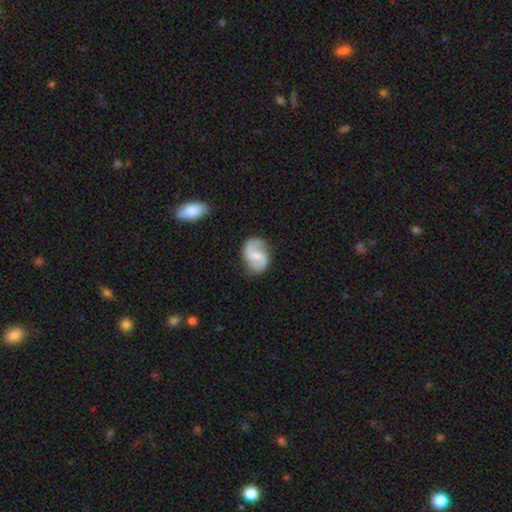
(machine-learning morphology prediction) Smooth or featured? featured or disk (79%)
Edge-on disk? no (98%)
Bar? weak (54%)
Spiral arms? yes (95%)
Spiral winding? medium (50%)
Spiral arm count? 2 (89%)
Bulge size? small (46%)
Merging? none (74%)